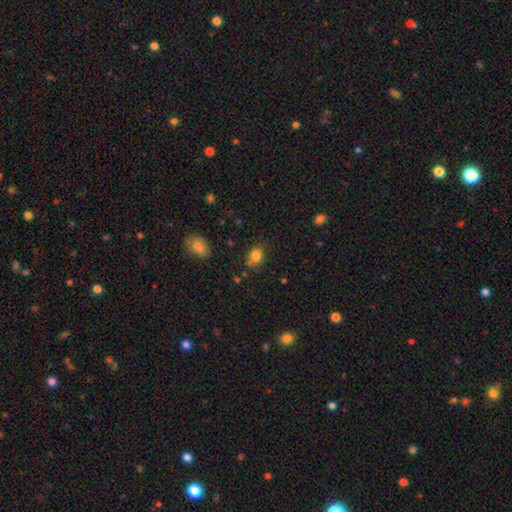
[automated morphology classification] Q: Smooth or featured?
A: smooth (81%); runner-up: star or artifact (12%)
Q: How rounded?
A: in between (51%); runner-up: round (48%)
Q: Merging?
A: none (66%); runner-up: minor disturbance (22%)